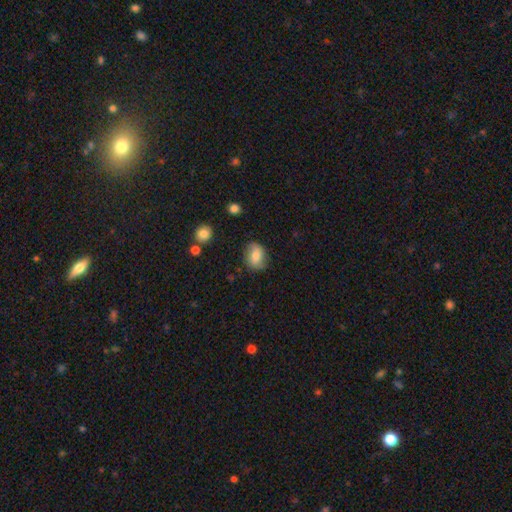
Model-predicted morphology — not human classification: This appears to be a smooth galaxy with no disk features (69%) that is in between round and cigar-shaped (59%). Merging: none (77%).